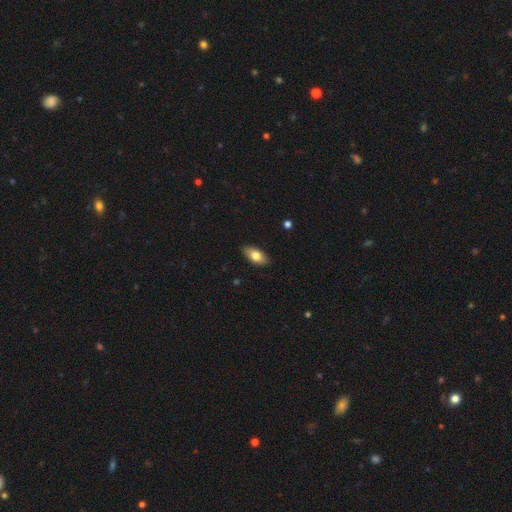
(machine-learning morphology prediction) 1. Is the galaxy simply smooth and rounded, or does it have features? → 78% smooth, 15% featured or disk, 7% star or artifact.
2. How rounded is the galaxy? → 90% in between, 6% cigar-shaped, 4% round.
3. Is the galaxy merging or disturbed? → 88% none, 10% minor disturbance, 2% major disturbance, 1% merger.